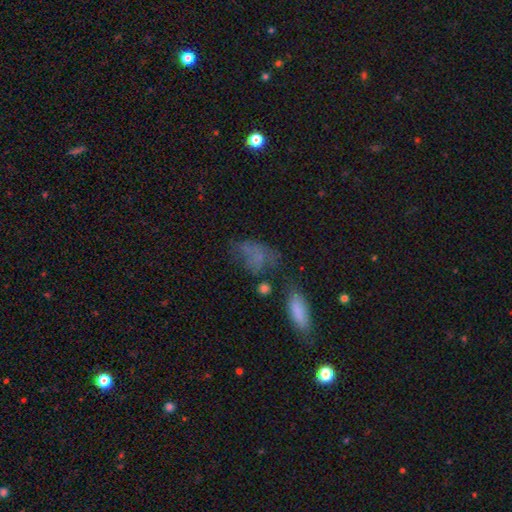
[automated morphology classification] A smooth galaxy with no disk features (60%) that is in between round and cigar-shaped (81%). Merging: none (37%).